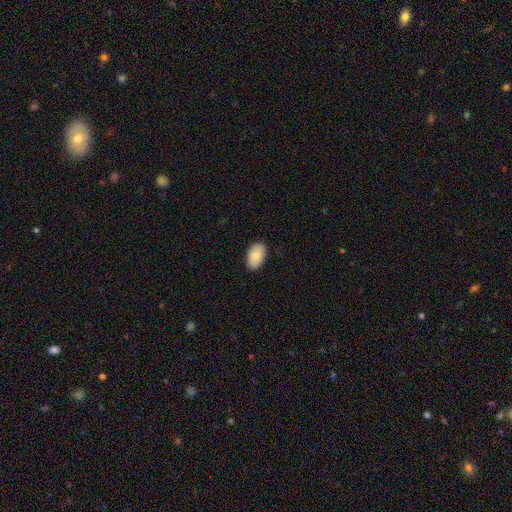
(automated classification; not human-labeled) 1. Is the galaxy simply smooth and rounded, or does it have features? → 85% smooth, 9% featured or disk, 6% star or artifact.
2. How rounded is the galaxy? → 94% in between, 5% round, 1% cigar-shaped.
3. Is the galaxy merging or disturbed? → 88% none, 10% minor disturbance, 2% major disturbance, 1% merger.